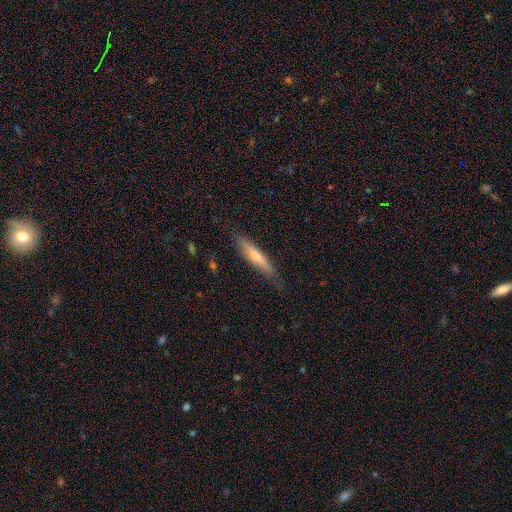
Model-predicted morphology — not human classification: This is possibly a smooth galaxy (57%). How rounded: clearly cigar-shaped (89%). Merging: likely none (76%).